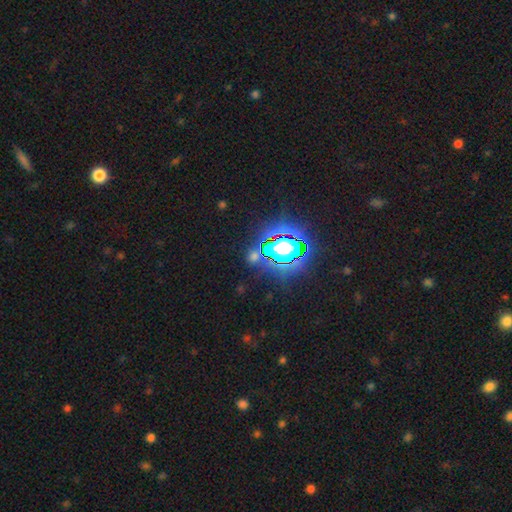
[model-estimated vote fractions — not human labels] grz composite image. It shows a star or artifact, not a galaxy (59%).